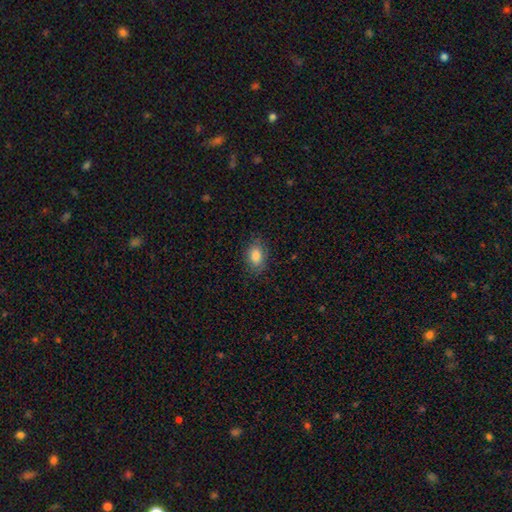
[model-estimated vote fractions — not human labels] Smooth or featured?
  - smooth: 83% *
  - featured or disk: 9%
  - star or artifact: 8%
How rounded?
  - in between: 83% *
  - round: 16%
  - cigar-shaped: 2%
Merging?
  - none: 81% *
  - minor disturbance: 14%
  - major disturbance: 4%
  - merger: 1%